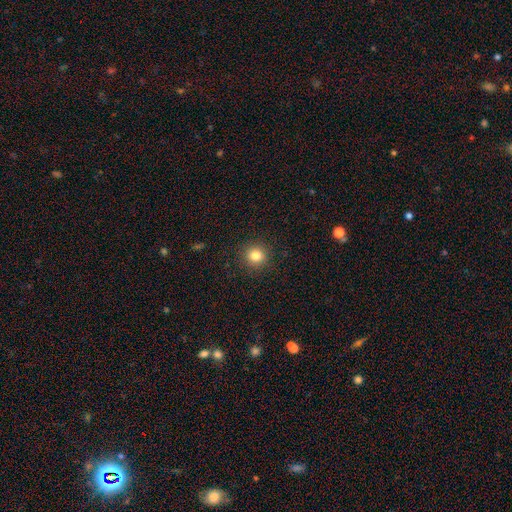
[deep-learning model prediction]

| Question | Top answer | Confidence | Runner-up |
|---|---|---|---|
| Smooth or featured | smooth | 81% | star or artifact (12%) |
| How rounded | round | 91% | in between (8%) |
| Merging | none | 91% | minor disturbance (6%) |